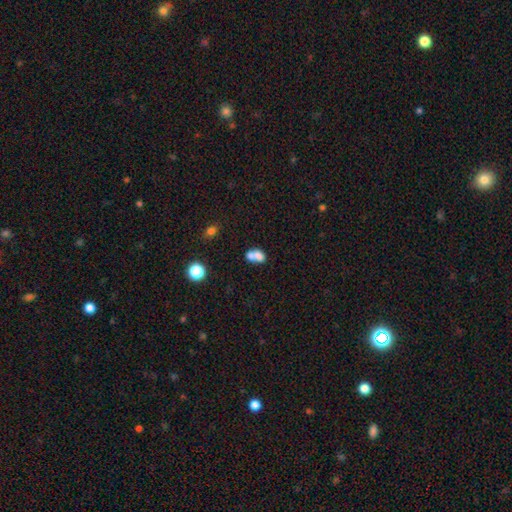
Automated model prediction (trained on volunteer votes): smooth 69%, featured or disk 20%, star or artifact 11%. Down the decision tree: how rounded — in between (62%); merging — merger (66%).